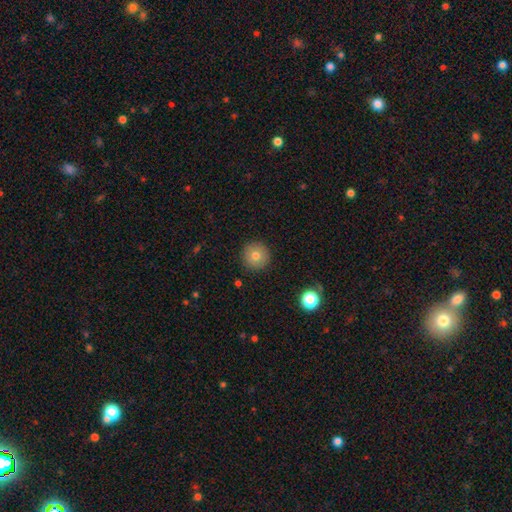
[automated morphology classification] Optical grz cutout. It shows a smooth galaxy with no disk features (77%) that is round (96%). Merging: none (91%).